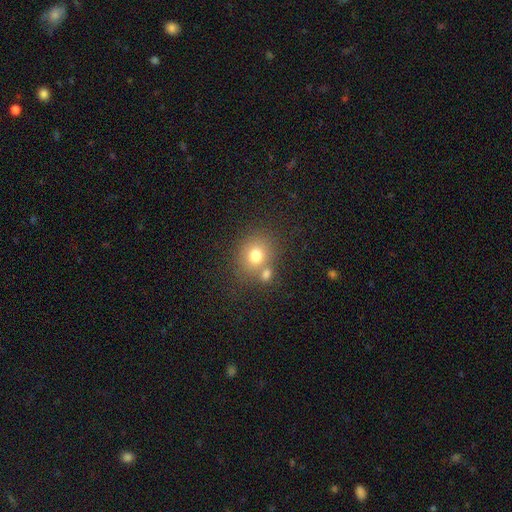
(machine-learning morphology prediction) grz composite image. It shows a smooth galaxy with no disk features (75%) that is round (72%). Merging: none (58%).